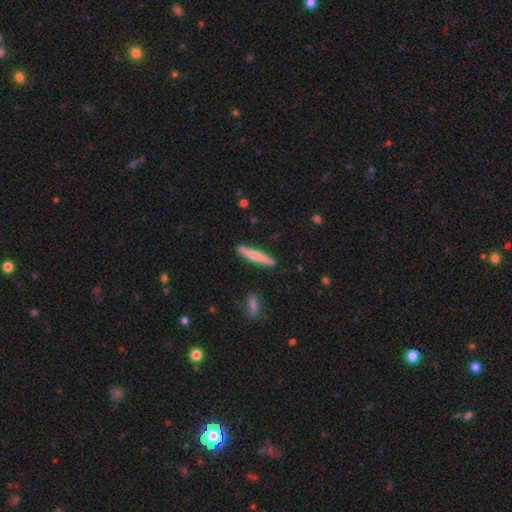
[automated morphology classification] Smooth or featured?
  - smooth: 71% *
  - featured or disk: 23%
  - star or artifact: 5%
How rounded?
  - cigar-shaped: 93% *
  - in between: 6%
  - round: 1%
Merging?
  - none: 89% *
  - minor disturbance: 8%
  - merger: 2%
  - major disturbance: 2%